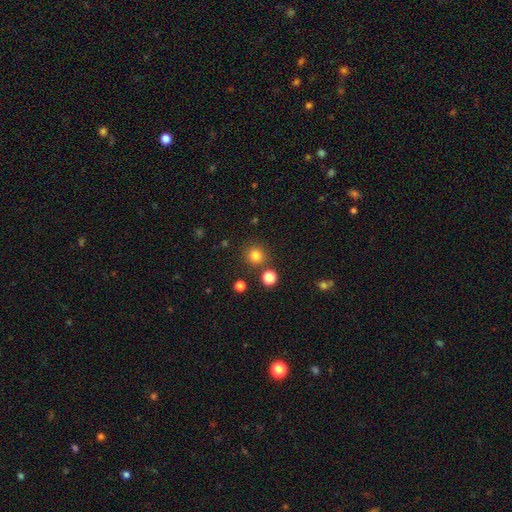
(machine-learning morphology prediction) This is clearly a smooth galaxy (80%). How rounded: clearly round (94%). Merging: clearly none (84%).